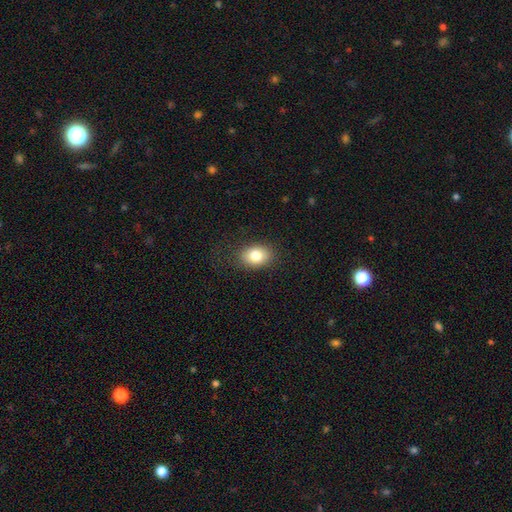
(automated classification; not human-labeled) Q: Smooth or featured?
A: smooth (82%); runner-up: featured or disk (9%)
Q: How rounded?
A: in between (74%); runner-up: round (25%)
Q: Merging?
A: none (83%); runner-up: minor disturbance (12%)